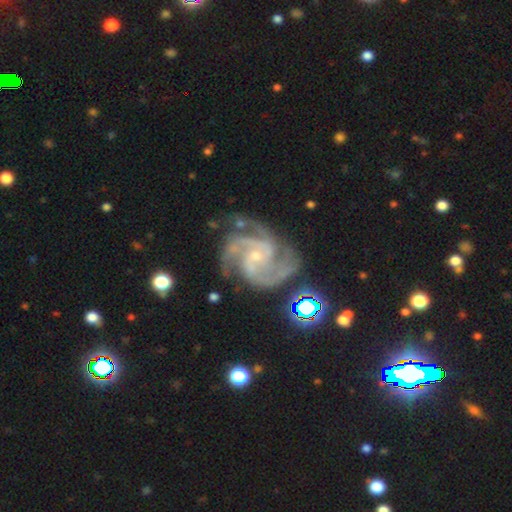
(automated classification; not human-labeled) Smooth or featured?
  - featured or disk: 92% *
  - star or artifact: 5%
  - smooth: 3%
Edge-on disk?
  - no: 98% *
  - yes: 2%
Bar?
  - no: 58% *
  - weak: 33%
  - strong: 10%
Spiral arms?
  - yes: 98% *
  - no: 2%
Spiral winding?
  - medium: 54% *
  - tight: 38%
  - loose: 8%
Spiral arm count?
  - 3: 47% *
  - 2: 18%
  - 4: 16%
  - can't tell: 8%
  - more than 4: 6%
  - 1: 5%
Bulge size?
  - small: 75% *
  - moderate: 20%
  - none: 3%
  - large: 1%
  - dominant: 1%
Merging?
  - none: 68% *
  - minor disturbance: 19%
  - major disturbance: 10%
  - merger: 3%